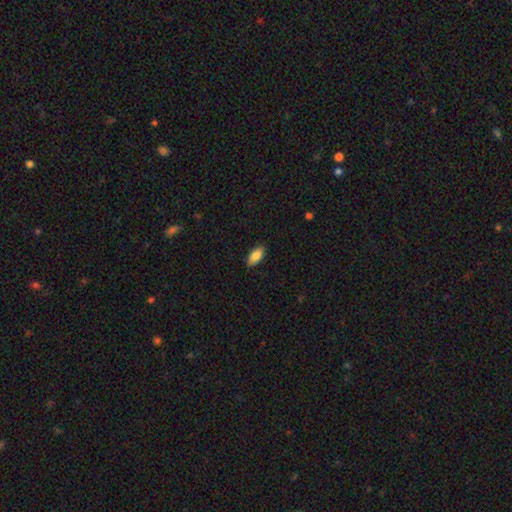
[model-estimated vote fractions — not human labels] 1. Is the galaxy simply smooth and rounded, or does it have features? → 84% smooth, 9% featured or disk, 6% star or artifact.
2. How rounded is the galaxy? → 89% in between, 8% cigar-shaped, 2% round.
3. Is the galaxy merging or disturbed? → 88% none, 9% minor disturbance, 2% major disturbance, 1% merger.